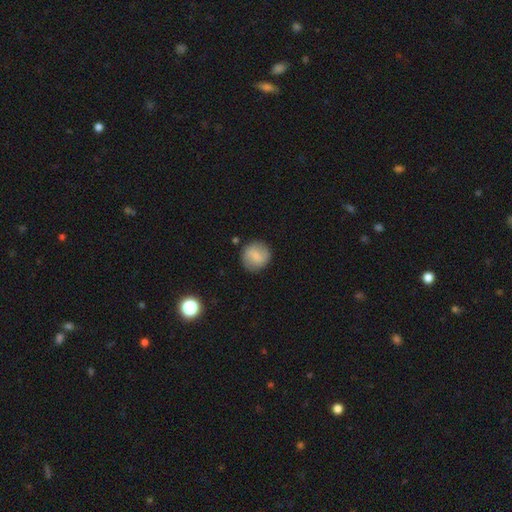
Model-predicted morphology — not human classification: type=smooth (68%); roundness=round (91%); merging=none (85%).